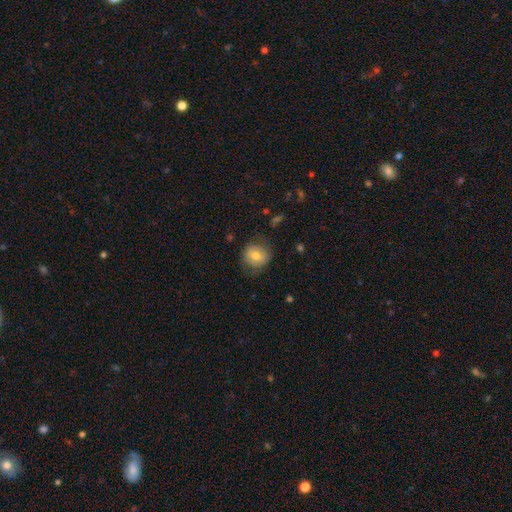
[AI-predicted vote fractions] smooth 66%, featured or disk 26%, star or artifact 8%. Down the decision tree: how rounded — round (81%); merging — none (70%).